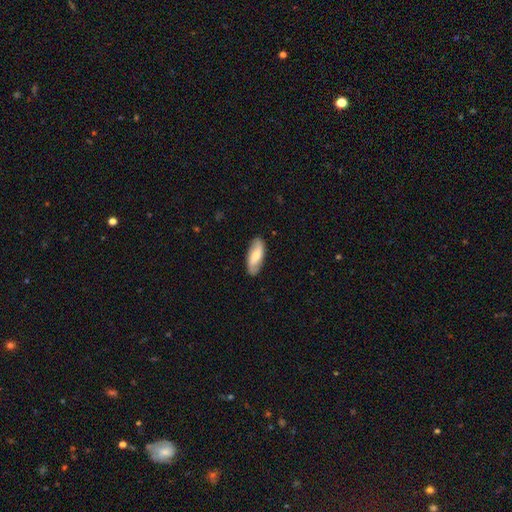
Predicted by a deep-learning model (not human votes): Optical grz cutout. It shows a smooth galaxy with no disk features (57%) that is in between round and cigar-shaped (75%). Merging: none (86%).